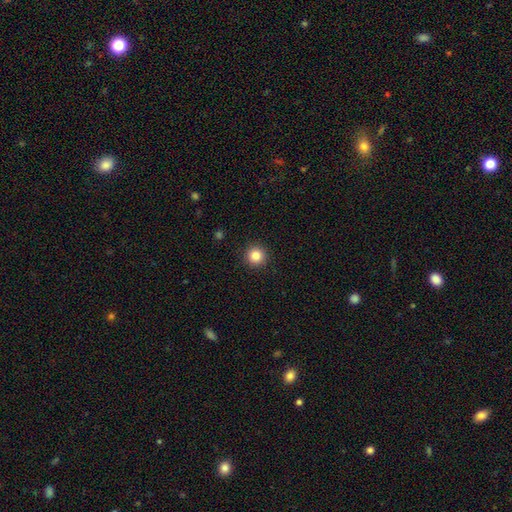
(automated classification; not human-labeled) smooth 84%, star or artifact 11%, featured or disk 5%. Down the decision tree: how rounded — round (95%); merging — none (93%).